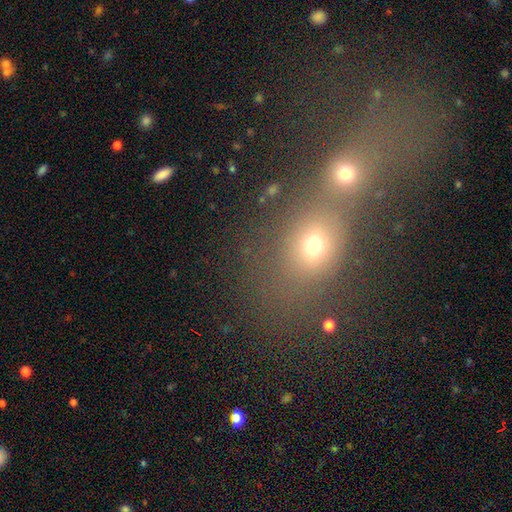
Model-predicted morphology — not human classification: Smooth or featured? smooth (50%)
How rounded? round (59%)
Merging? merger (69%)